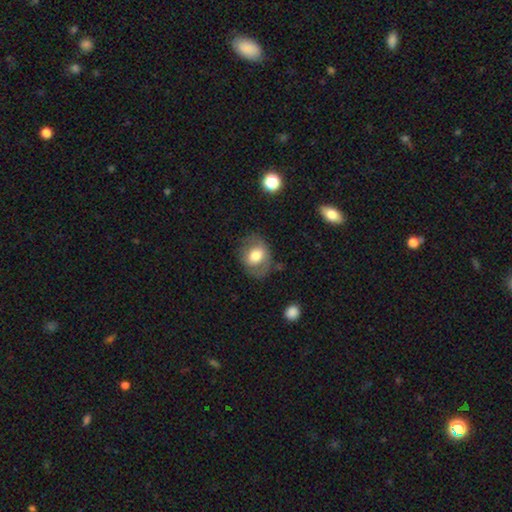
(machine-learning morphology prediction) Smooth or featured: smooth — 63% (featured or disk — 29%)
How rounded: in between — 57% (round — 42%)
Merging: none — 70% (minor disturbance — 19%)